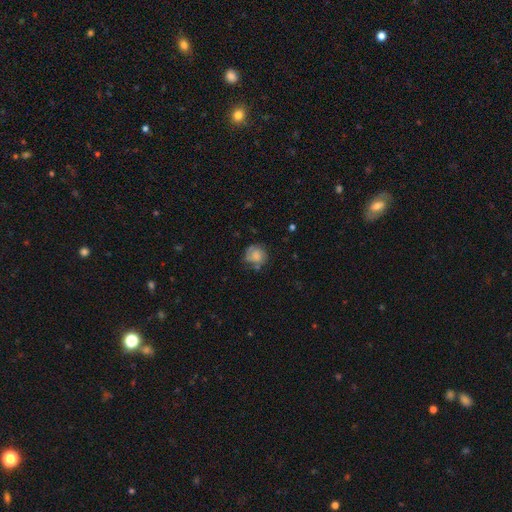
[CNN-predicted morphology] This appears to be a smooth galaxy with no disk features (56%) that is round (81%). Merging: none (58%).